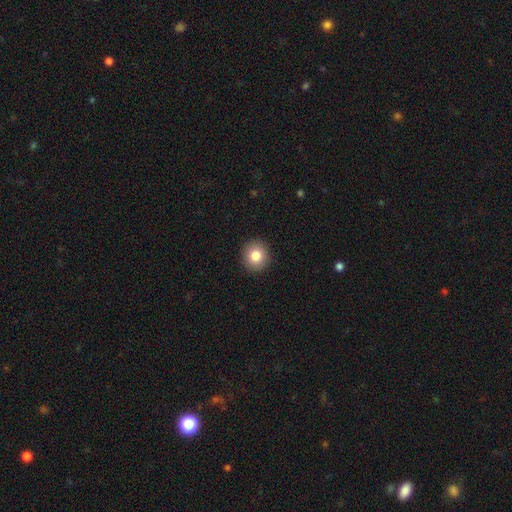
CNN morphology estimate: A smooth galaxy with no disk features (83%) that is round (87%). Merging: none (92%).